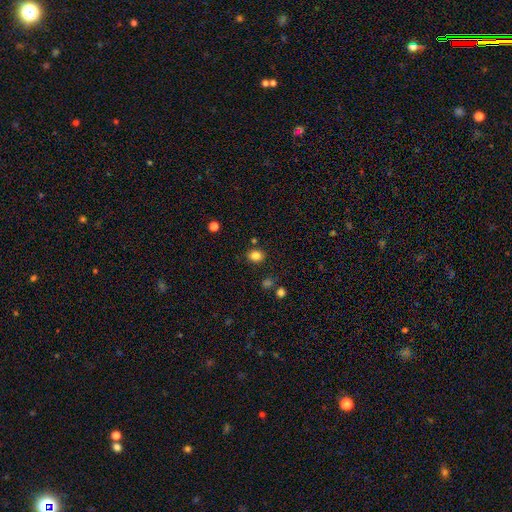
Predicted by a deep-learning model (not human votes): This appears to be a smooth galaxy with no disk features (82%) that is round (61%). Merging: none (85%).